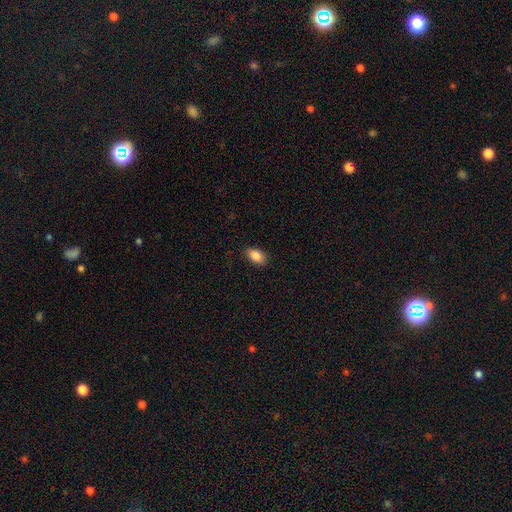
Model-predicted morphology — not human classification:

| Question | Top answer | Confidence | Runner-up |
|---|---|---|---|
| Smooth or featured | smooth | 87% | star or artifact (8%) |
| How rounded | in between | 91% | round (7%) |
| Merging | none | 87% | minor disturbance (10%) |